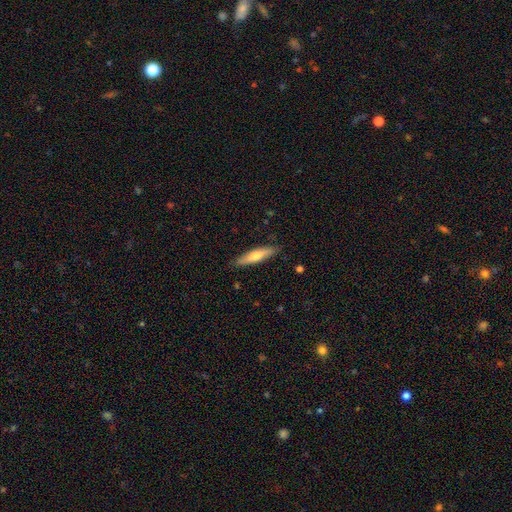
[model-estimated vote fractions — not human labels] smooth_or_featured: smooth (p=0.58) [alt: featured or disk p=0.37]
how_rounded: cigar-shaped (p=0.79) [alt: in between p=0.19]
merging: none (p=0.87) [alt: minor disturbance p=0.10]